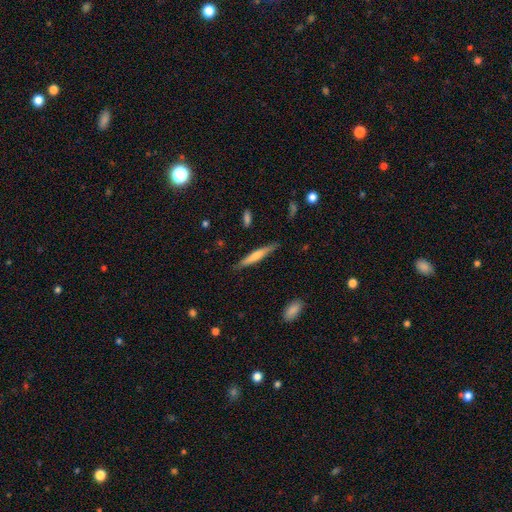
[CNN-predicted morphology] A smooth galaxy with no disk features (55%) that is cigar-shaped (92%).

Vote fractions:
- Smooth or featured? smooth: 55% / featured or disk: 39% / star or artifact: 6%
- How rounded? cigar-shaped: 92% / in between: 7% / round: 1%
- Merging? none: 82% / minor disturbance: 13% / major disturbance: 2% / merger: 2%